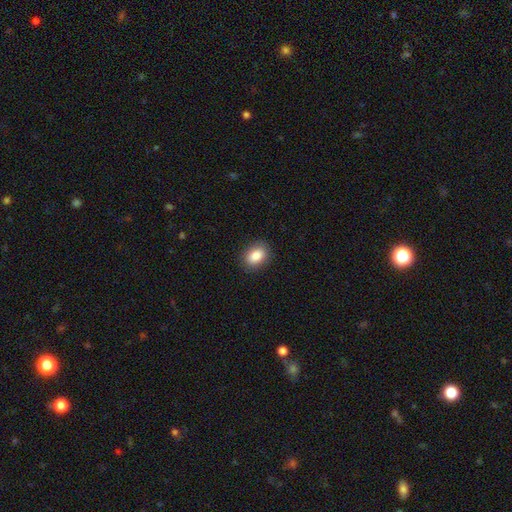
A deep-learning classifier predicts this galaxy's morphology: This is clearly a smooth galaxy (87%). How rounded: likely in between (79%). Merging: clearly none (88%).